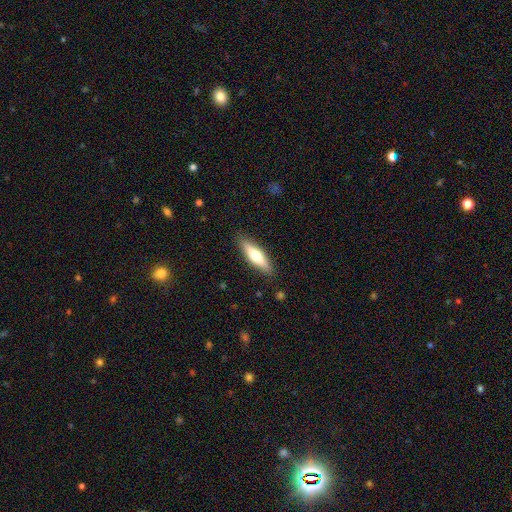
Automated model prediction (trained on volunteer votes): smooth 61%, featured or disk 33%, star or artifact 6%. Down the decision tree: how rounded — cigar-shaped (61%); merging — none (87%).